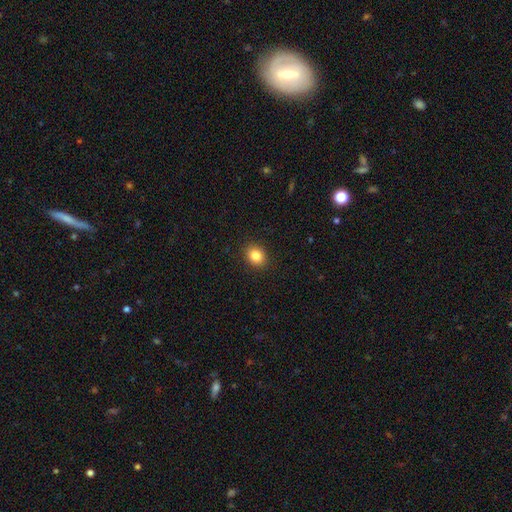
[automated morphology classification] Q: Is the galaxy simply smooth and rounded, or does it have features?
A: smooth — 84%.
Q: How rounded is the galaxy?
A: round — 61%.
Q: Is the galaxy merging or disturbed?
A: none — 90%.